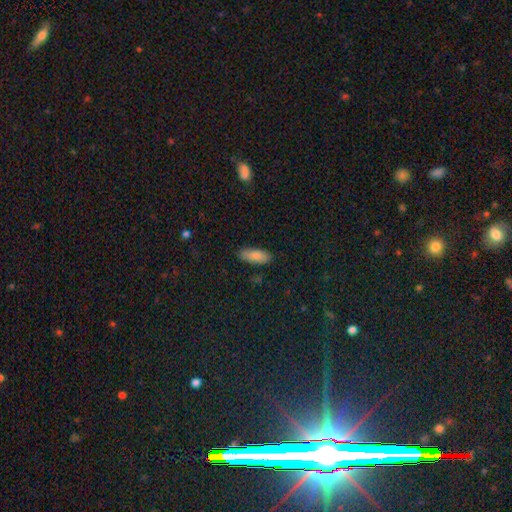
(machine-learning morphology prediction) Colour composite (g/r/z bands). It shows a smooth galaxy with no disk features (85%) that is in between round and cigar-shaped (72%). Merging: none (85%).